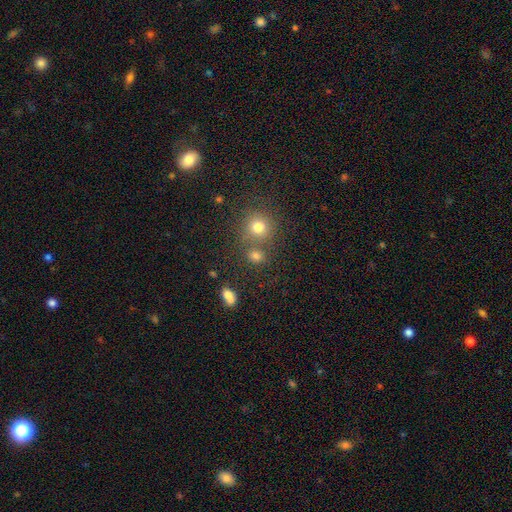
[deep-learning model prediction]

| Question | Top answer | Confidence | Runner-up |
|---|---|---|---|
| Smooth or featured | smooth | 73% | star or artifact (19%) |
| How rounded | round | 77% | in between (22%) |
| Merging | none | 64% | merger (22%) |